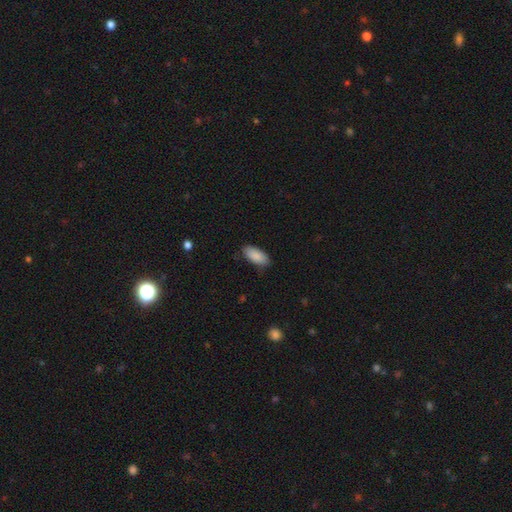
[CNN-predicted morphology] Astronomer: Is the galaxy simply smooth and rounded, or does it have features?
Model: smooth — 89%.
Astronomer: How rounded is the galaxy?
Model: in between — 90%.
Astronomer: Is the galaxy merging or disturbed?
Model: none — 82%.